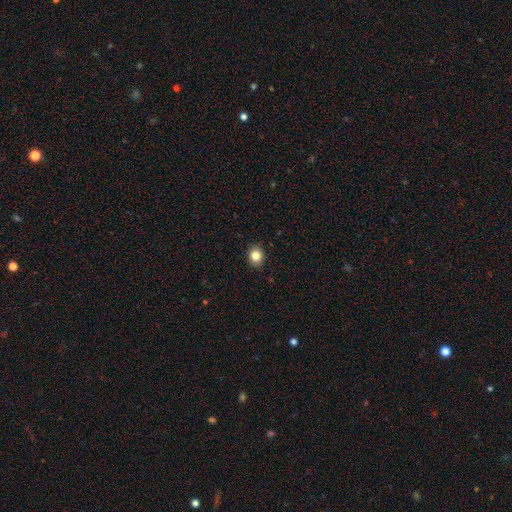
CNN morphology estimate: type=smooth (84%); roundness=round (66%); merging=none (90%).